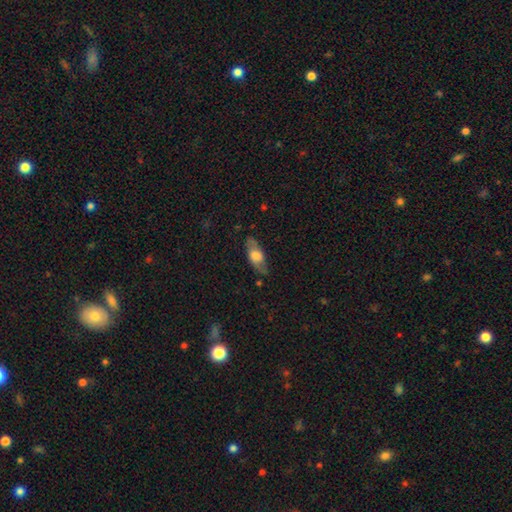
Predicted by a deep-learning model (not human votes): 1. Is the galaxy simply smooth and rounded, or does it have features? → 57% smooth, 36% featured or disk, 7% star or artifact.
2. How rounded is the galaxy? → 74% in between, 22% cigar-shaped, 4% round.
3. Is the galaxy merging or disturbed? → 77% none, 17% minor disturbance, 5% major disturbance, 1% merger.